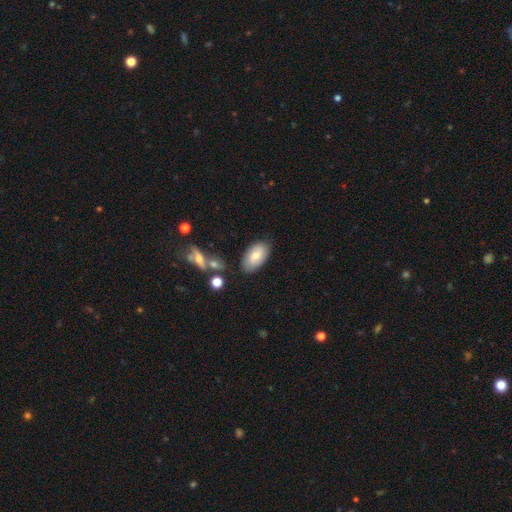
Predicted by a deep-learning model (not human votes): The model was most divided on "smooth or featured": smooth: 72%, featured or disk: 21%, star or artifact: 7%. More confident: how rounded — in between (94%); merging — none (78%).